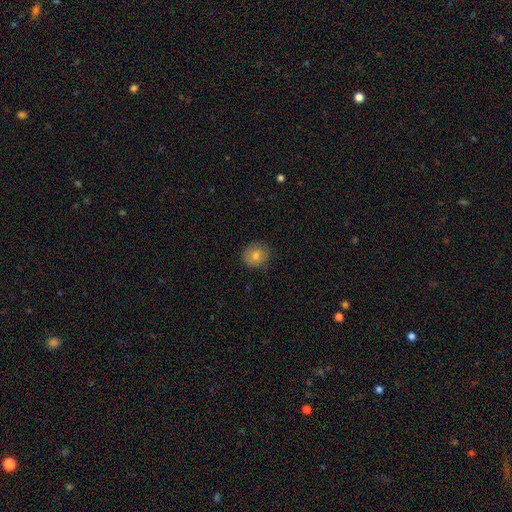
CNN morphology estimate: Smooth or featured? Predicted: smooth (p=0.74). How rounded? Predicted: round (p=0.88). Merging? Predicted: none (p=0.85).